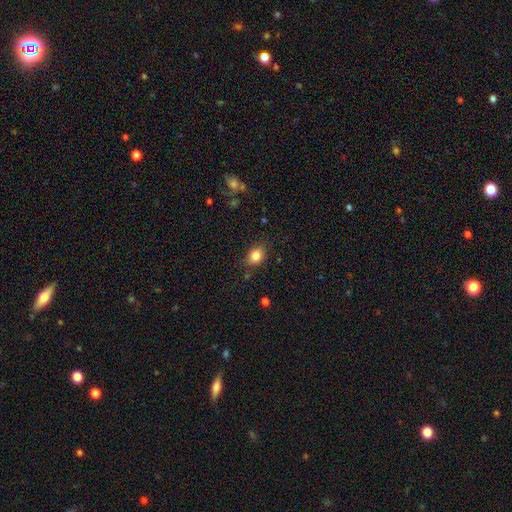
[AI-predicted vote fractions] This appears to be a smooth galaxy with no disk features (83%) that is round (51%). Merging: none (79%).